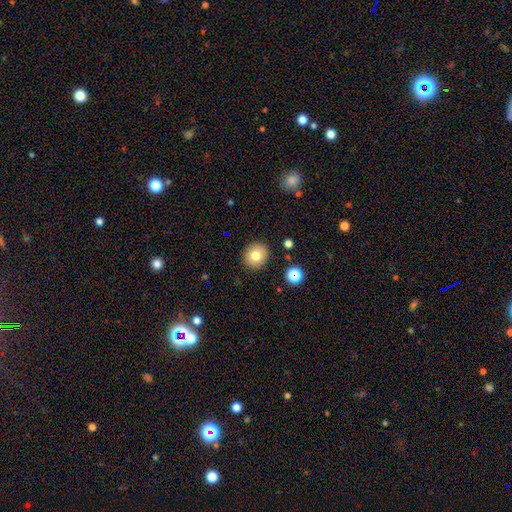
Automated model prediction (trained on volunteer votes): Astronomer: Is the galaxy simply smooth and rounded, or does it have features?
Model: smooth — 78%.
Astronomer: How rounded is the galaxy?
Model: round — 80%.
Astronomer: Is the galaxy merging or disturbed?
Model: none — 89%.